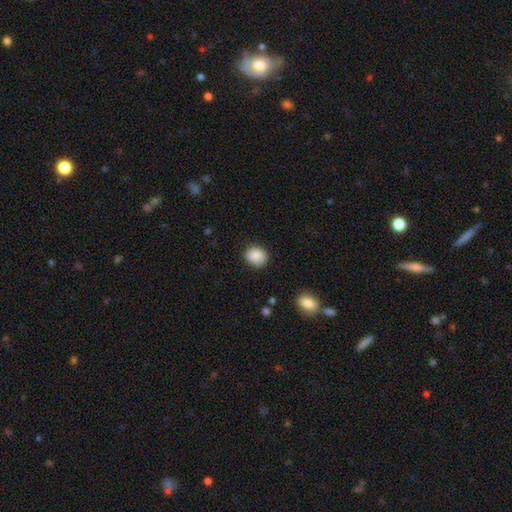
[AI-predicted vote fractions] Smooth or featured? smooth (88%)
How rounded? round (68%)
Merging? none (83%)